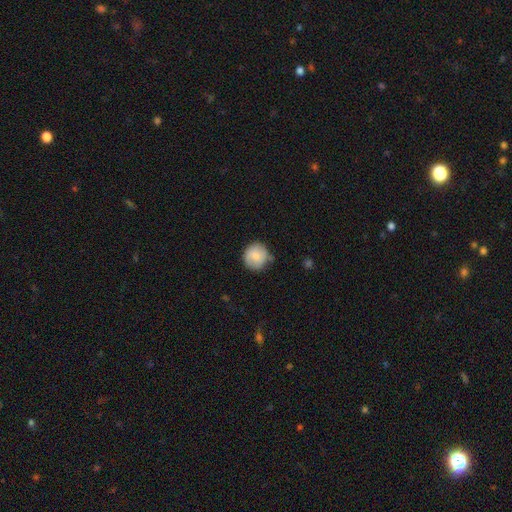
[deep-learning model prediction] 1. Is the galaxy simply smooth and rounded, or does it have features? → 77% smooth, 16% featured or disk, 7% star or artifact.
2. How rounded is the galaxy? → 93% round, 6% in between, 1% cigar-shaped.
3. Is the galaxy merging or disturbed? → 76% none, 18% minor disturbance, 4% major disturbance, 2% merger.